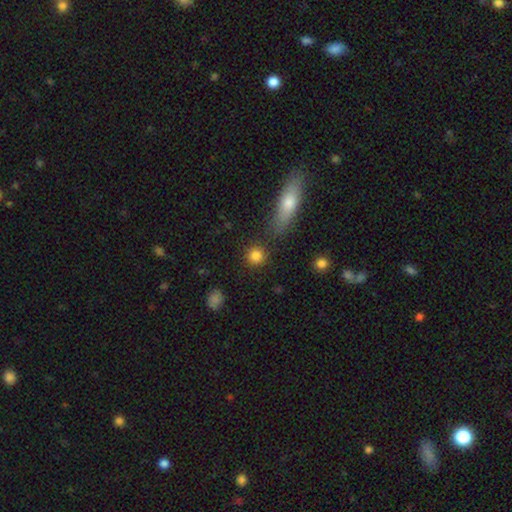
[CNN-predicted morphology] Q: Smooth or featured?
A: smooth (84%); runner-up: star or artifact (10%)
Q: How rounded?
A: round (90%); runner-up: in between (8%)
Q: Merging?
A: none (82%); runner-up: minor disturbance (8%)